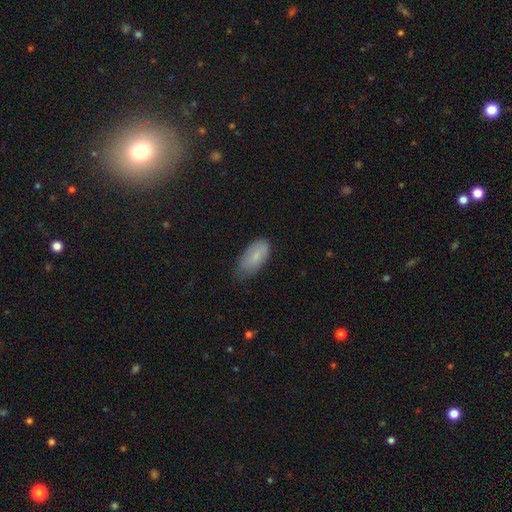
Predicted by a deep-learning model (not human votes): Smooth or featured? Predicted: smooth (p=0.81). How rounded? Predicted: in between (p=0.92). Merging? Predicted: none (p=0.55).